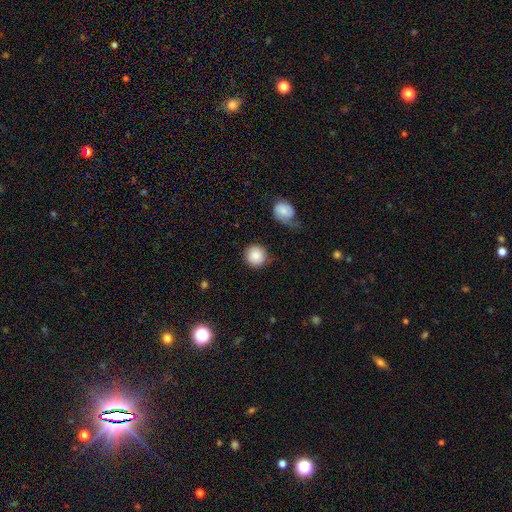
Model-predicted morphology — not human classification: This appears to be a smooth galaxy with no disk features (85%) that is round (93%). Merging: none (78%).